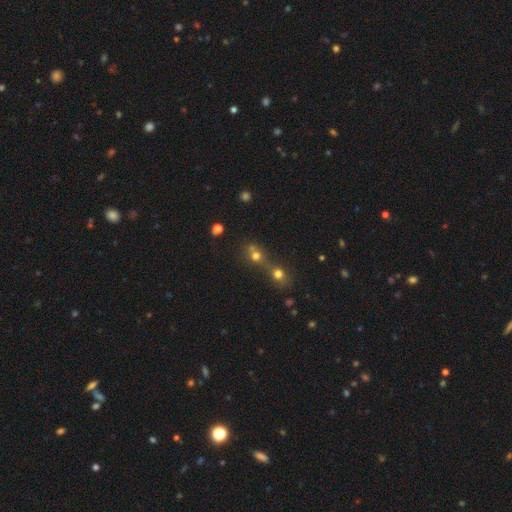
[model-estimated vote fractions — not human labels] A smooth galaxy with no disk features (66%) that is round (78%). Merging: merger (62%).